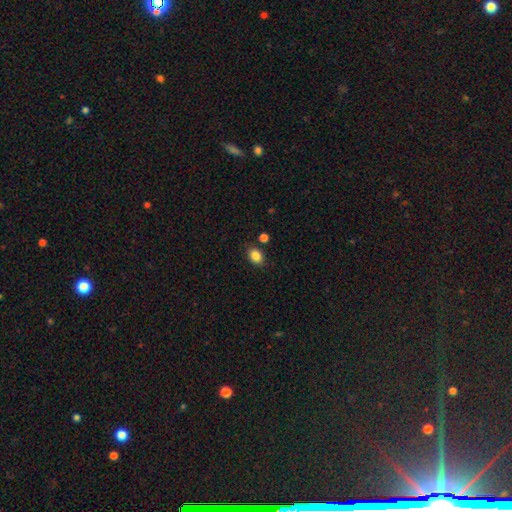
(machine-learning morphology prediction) The model was most divided on "how rounded": in between: 72%, round: 27%, cigar-shaped: 1%. More confident: smooth or featured — smooth (86%); merging — none (82%).